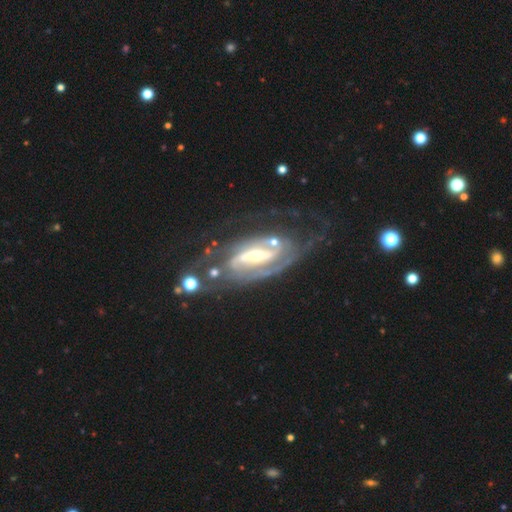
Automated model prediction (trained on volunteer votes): The model was most divided on "bulge size": moderate: 45%, small: 39%, large: 10%, none: 5%, dominant: 2%. Remaining: spiral arms — yes (91%); edge-on disk — no (90%); smooth or featured — featured or disk (87%); spiral arm count — 2 (54%); merging — none (52%); bar — strong (49%); spiral winding — tight (49%).